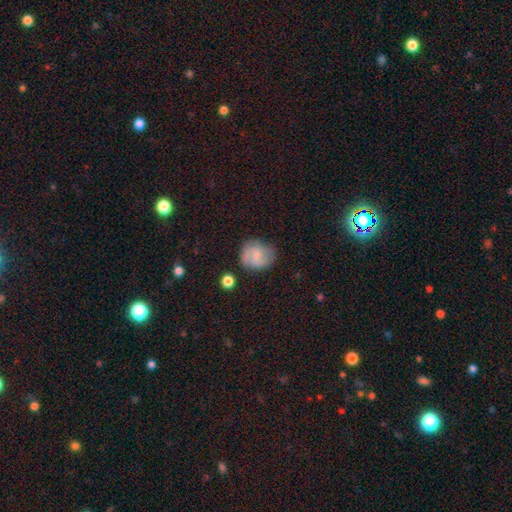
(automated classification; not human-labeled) A featured or disk galaxy (47%).

Vote fractions:
- Smooth or featured? featured or disk: 47% / smooth: 45% / star or artifact: 8%
- Merging? none: 68% / minor disturbance: 21% / major disturbance: 8% / merger: 3%